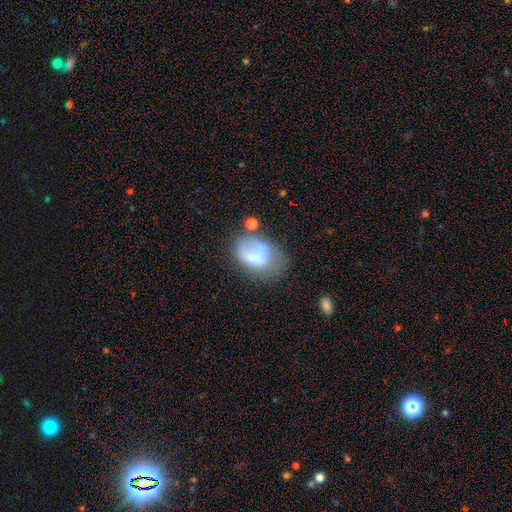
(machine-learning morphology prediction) Overall: smooth (60%; featured or disk 29%). How rounded: in between (77%). Merging: none (33%; major disturbance 26%).